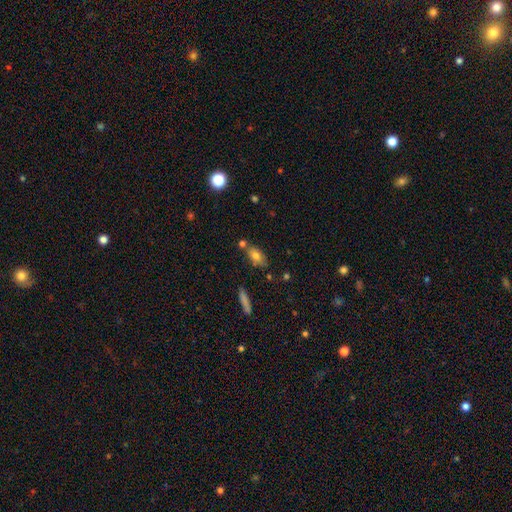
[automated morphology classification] Smooth or featured?
  - smooth: 75% *
  - featured or disk: 16%
  - star or artifact: 9%
How rounded?
  - in between: 84% *
  - cigar-shaped: 9%
  - round: 7%
Merging?
  - none: 66% *
  - minor disturbance: 15%
  - merger: 15%
  - major disturbance: 4%